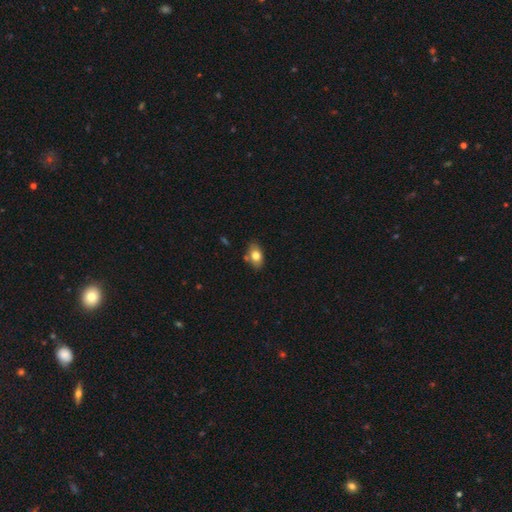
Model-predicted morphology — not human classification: Smooth or featured? smooth (78%)
How rounded? in between (85%)
Merging? none (75%)